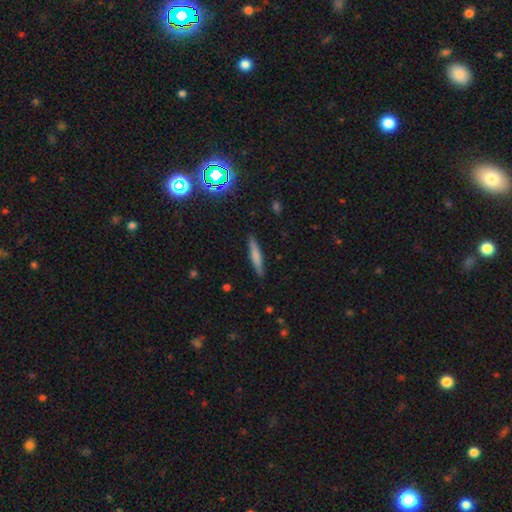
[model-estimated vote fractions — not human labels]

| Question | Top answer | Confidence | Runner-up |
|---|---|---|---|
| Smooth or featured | smooth | 65% | featured or disk (27%) |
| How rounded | cigar-shaped | 91% | in between (8%) |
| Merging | none | 88% | minor disturbance (9%) |